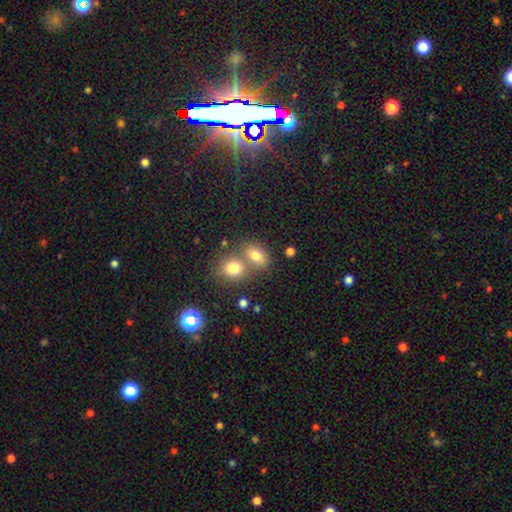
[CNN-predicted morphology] Overall: smooth (77%). How rounded: in between (72%). Merging: none (46%; merger 41%).